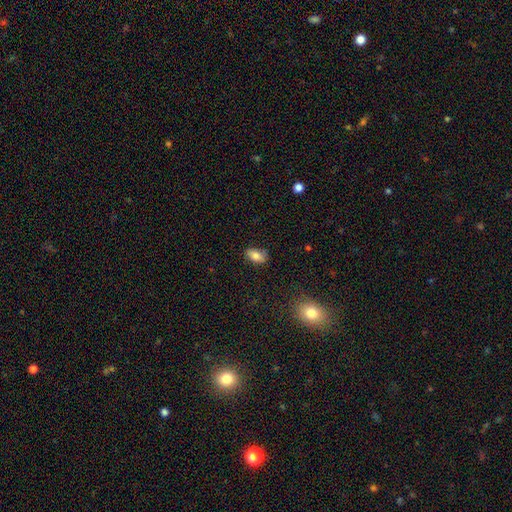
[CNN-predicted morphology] Overall: smooth (81%). How rounded: in between (90%). Merging: none (76%).